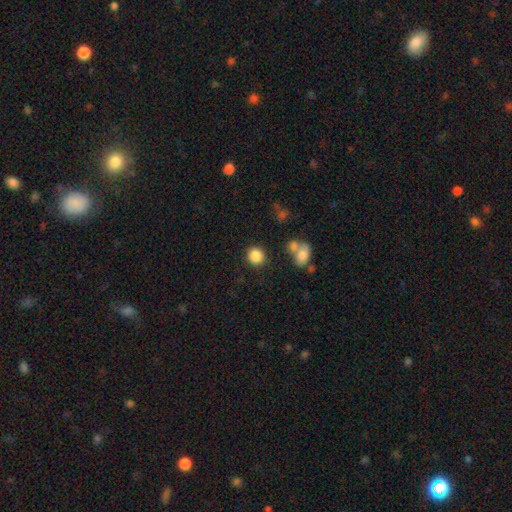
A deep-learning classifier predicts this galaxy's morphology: Smooth or featured? smooth (86%)
How rounded? round (85%)
Merging? none (81%)